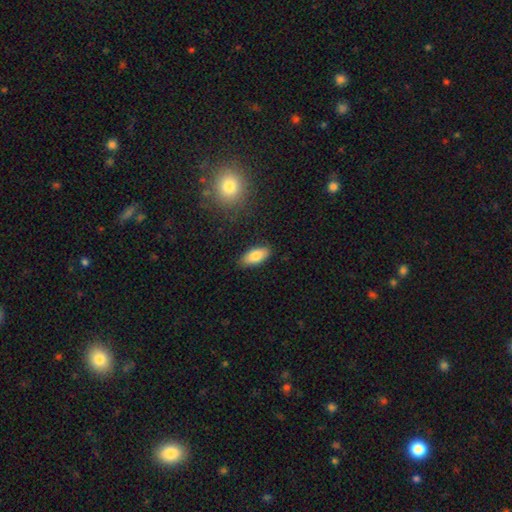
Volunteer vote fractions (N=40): Q: Smooth or featured?
A: smooth (78%); runner-up: featured or disk (18%)
Q: How rounded?
A: in between (84%); runner-up: cigar-shaped (16%)
Q: Merging?
A: none (82%); runner-up: minor disturbance (13%)